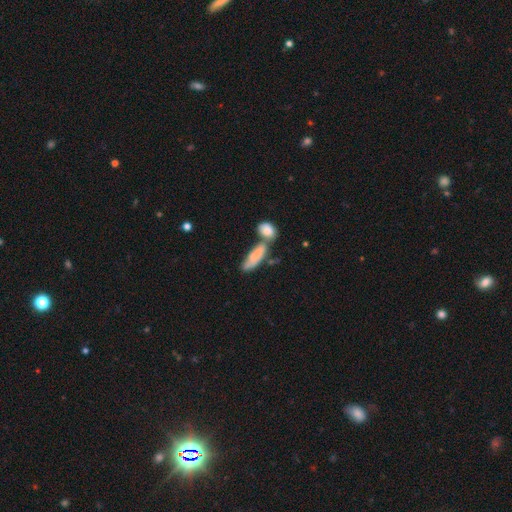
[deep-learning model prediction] smooth 72%, featured or disk 21%, star or artifact 7%. Down the decision tree: how rounded — in between (65%); merging — merger (41%).